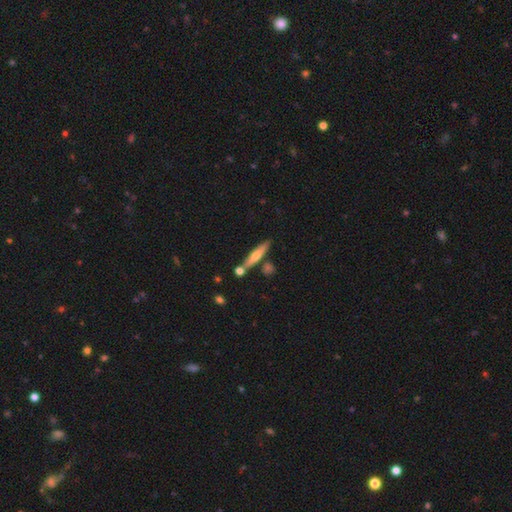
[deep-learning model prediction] Q: Smooth or featured?
A: smooth (47%); tied with: featured or disk (47%)
Q: Merging?
A: none (77%); runner-up: minor disturbance (11%)